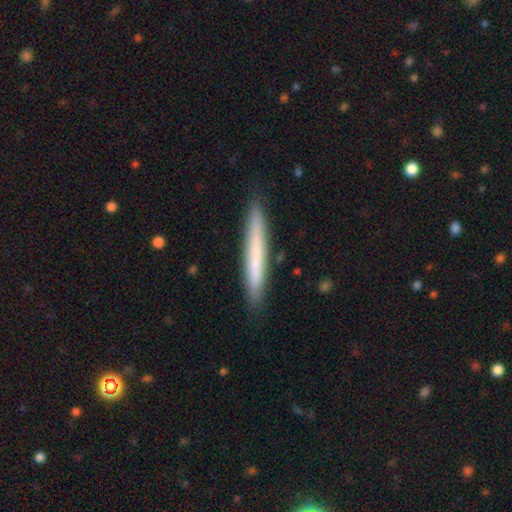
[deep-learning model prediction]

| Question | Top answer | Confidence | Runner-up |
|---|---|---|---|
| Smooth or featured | smooth | 65% | featured or disk (29%) |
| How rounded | cigar-shaped | 97% | in between (2%) |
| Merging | none | 90% | minor disturbance (8%) |